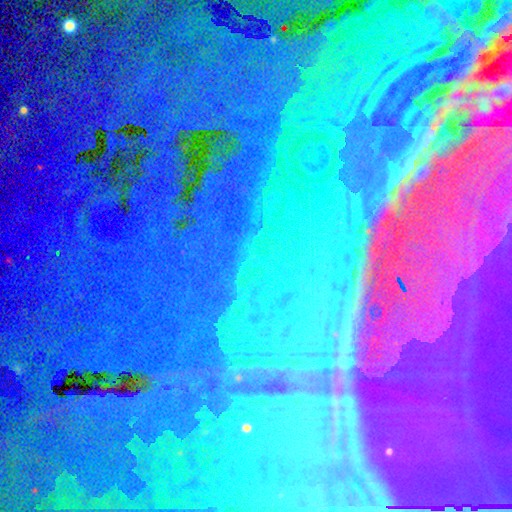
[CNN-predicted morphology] smooth_or_featured: star or artifact (p=0.84) [alt: featured or disk p=0.10]